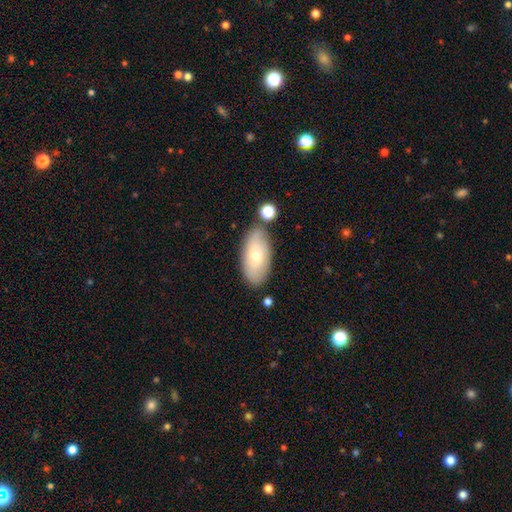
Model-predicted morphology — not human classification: Smooth or featured? Predicted: smooth (p=0.61). How rounded? Predicted: in between (p=0.92). Merging? Predicted: none (p=0.73).